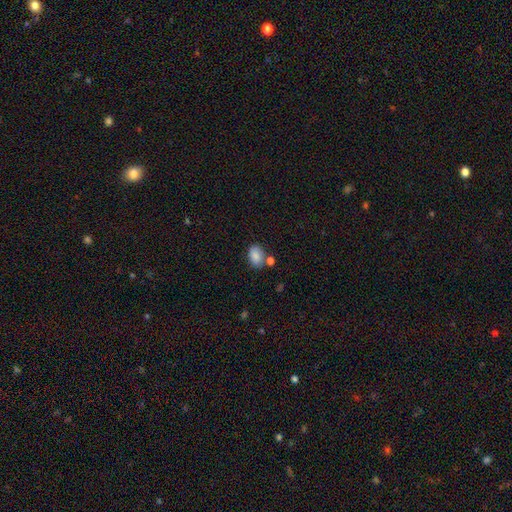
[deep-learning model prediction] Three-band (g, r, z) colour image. It shows a smooth galaxy with no disk features (83%) that is in between round and cigar-shaped (81%). Merging: none (64%).